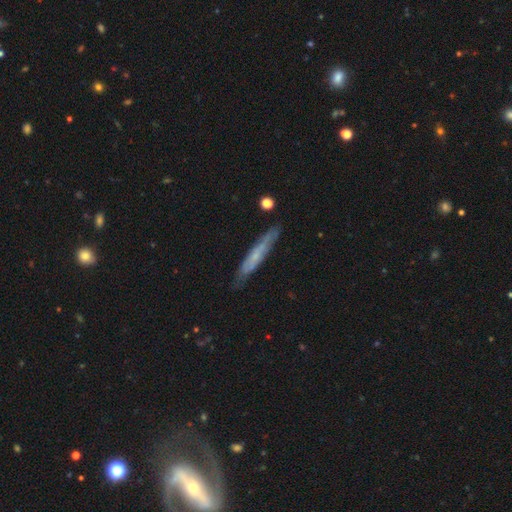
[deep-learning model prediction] Q: Smooth or featured?
A: featured or disk (50%); runner-up: smooth (44%)
Q: Merging?
A: none (81%); runner-up: minor disturbance (15%)